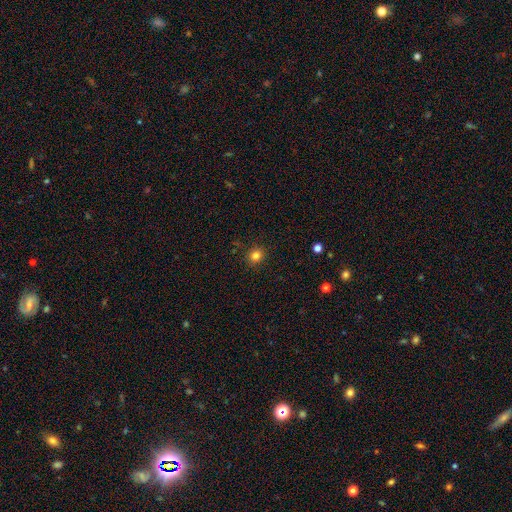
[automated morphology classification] A smooth galaxy with no disk features (82%) that is round (84%).

Vote fractions:
- Smooth or featured? smooth: 82% / star or artifact: 13% / featured or disk: 5%
- How rounded? round: 84% / in between: 15% / cigar-shaped: 1%
- Merging? none: 90% / minor disturbance: 7% / major disturbance: 2% / merger: 1%